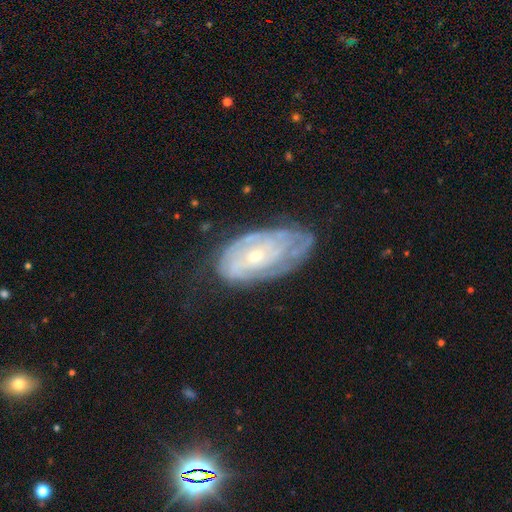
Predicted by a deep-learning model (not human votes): Smooth or featured? featured or disk (79%)
Edge-on disk? no (94%)
Bar? no (71%)
Spiral arms? yes (88%)
Spiral winding? tight (72%)
Spiral arm count? can't tell (51%)
Bulge size? small (65%)
Merging? none (59%)